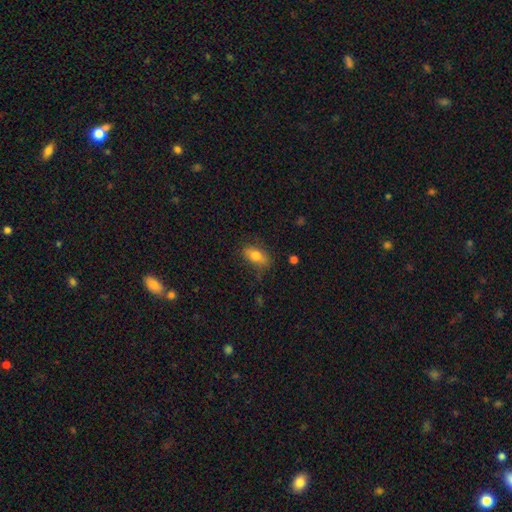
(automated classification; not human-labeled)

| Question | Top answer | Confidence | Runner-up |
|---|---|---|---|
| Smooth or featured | smooth | 78% | featured or disk (14%) |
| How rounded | in between | 87% | cigar-shaped (8%) |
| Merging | none | 75% | minor disturbance (18%) |